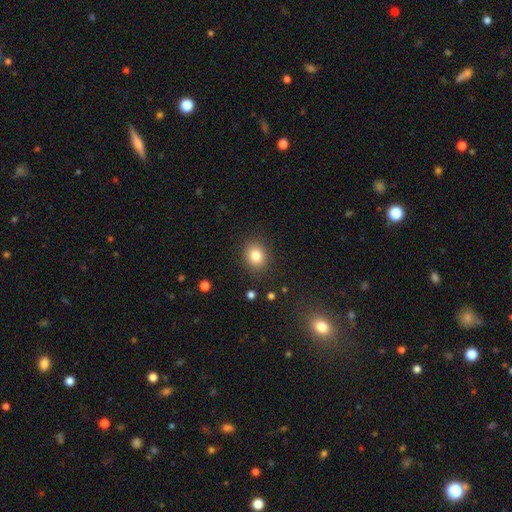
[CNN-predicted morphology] smooth_or_featured: smooth (p=0.82) [alt: star or artifact p=0.11]
how_rounded: round (p=0.70) [alt: in between p=0.30]
merging: none (p=0.88) [alt: minor disturbance p=0.08]